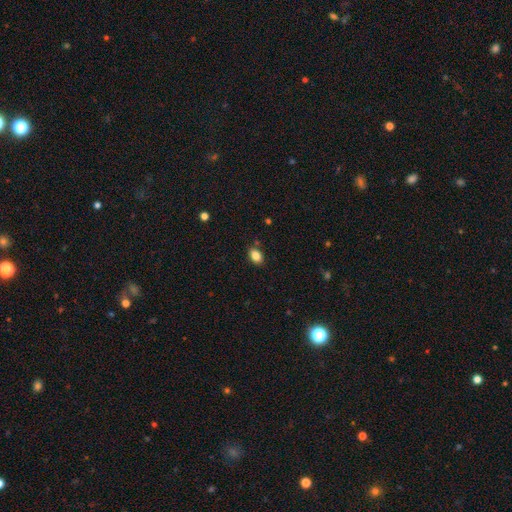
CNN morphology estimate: A smooth galaxy with no disk features (85%) that is in between round and cigar-shaped (79%).

Vote fractions:
- Smooth or featured? smooth: 85% / star or artifact: 9% / featured or disk: 6%
- How rounded? in between: 79% / round: 20% / cigar-shaped: 1%
- Merging? none: 83% / minor disturbance: 12% / merger: 3% / major disturbance: 2%